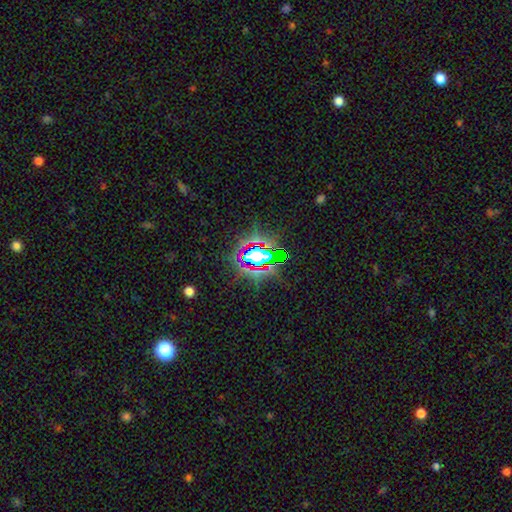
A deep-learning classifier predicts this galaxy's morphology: smooth-or-featured: star or artifact: 72% | smooth: 16% | featured or disk: 12%